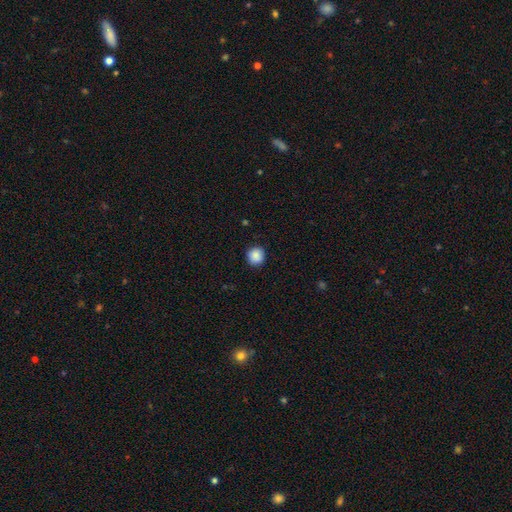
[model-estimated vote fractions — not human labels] Morphology: type=smooth (88%); roundness=round (93%); merging=none (90%).